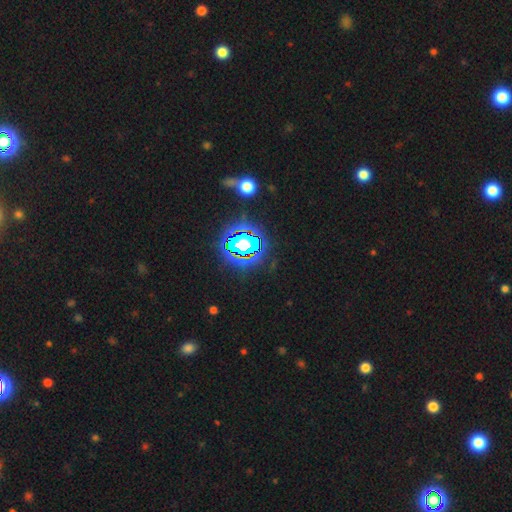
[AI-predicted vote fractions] Morphology: type=star or artifact (83%).